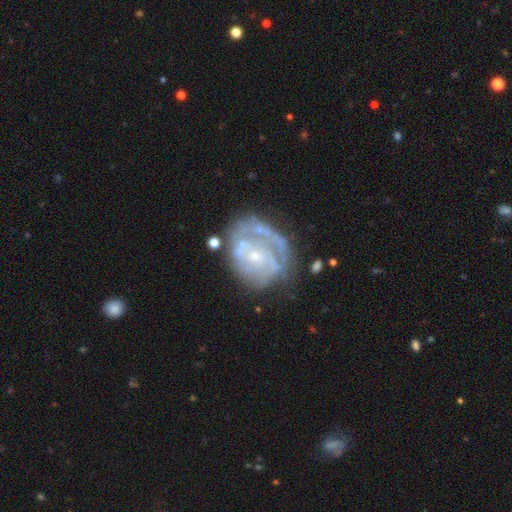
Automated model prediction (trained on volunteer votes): Q: Smooth or featured?
A: featured or disk (78%); runner-up: smooth (15%)
Q: Edge-on disk?
A: no (98%); runner-up: yes (2%)
Q: Bar?
A: no (75%); runner-up: weak (20%)
Q: Spiral arms?
A: yes (71%); runner-up: no (29%)
Q: Spiral winding?
A: tight (60%); runner-up: medium (28%)
Q: Spiral arm count?
A: can't tell (46%); runner-up: 2 (20%)
Q: Bulge size?
A: small (74%); runner-up: moderate (17%)
Q: Merging?
A: none (50%); runner-up: minor disturbance (23%)